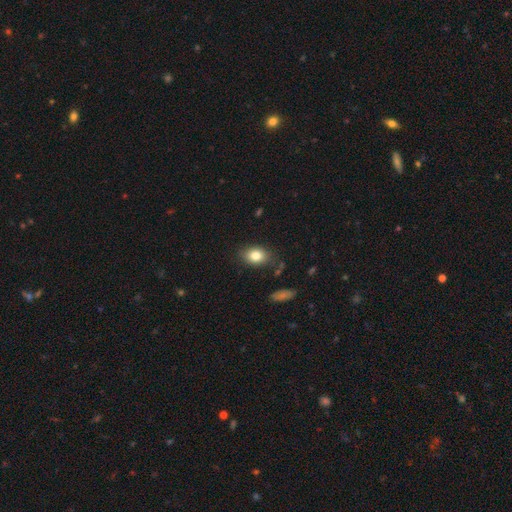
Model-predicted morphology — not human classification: smooth-or-featured: smooth: 82% | featured or disk: 10% | star or artifact: 9%
  how-rounded: in between: 79% | round: 20% | cigar-shaped: 1%
  merging: none: 82% | minor disturbance: 13% | major disturbance: 3% | merger: 2%